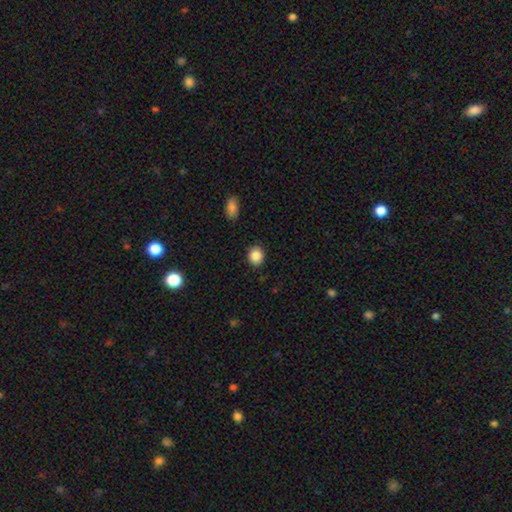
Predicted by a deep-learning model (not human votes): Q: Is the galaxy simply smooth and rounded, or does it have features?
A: smooth — 87%.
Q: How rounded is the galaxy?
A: round — 71%.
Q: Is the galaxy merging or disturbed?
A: none — 89%.